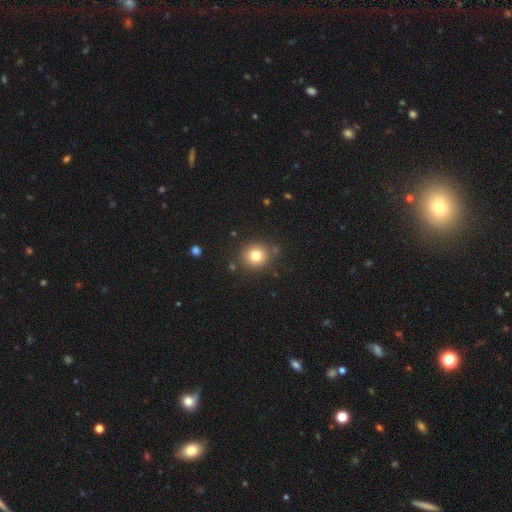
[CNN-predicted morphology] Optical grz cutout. It shows a smooth galaxy with no disk features (79%) that is round (85%). Merging: none (84%).